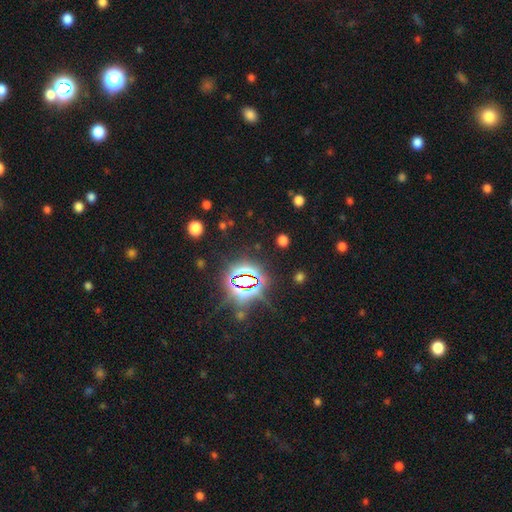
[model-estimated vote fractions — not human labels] The model was most divided on "smooth or featured": star or artifact: 82%, smooth: 11%, featured or disk: 7%.